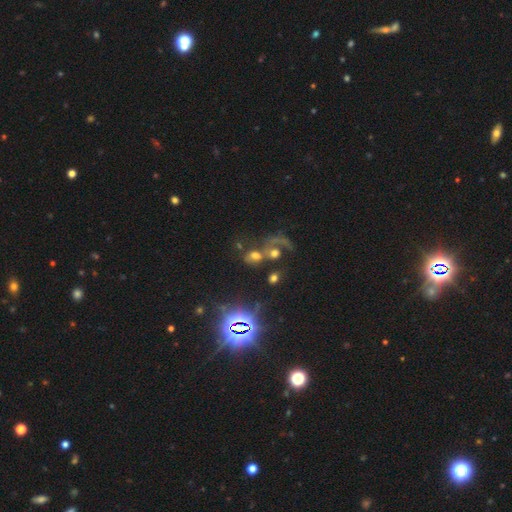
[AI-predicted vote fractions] smooth-or-featured: star or artifact: 37% (tied) | smooth: 37% (tied) | featured or disk: 26%